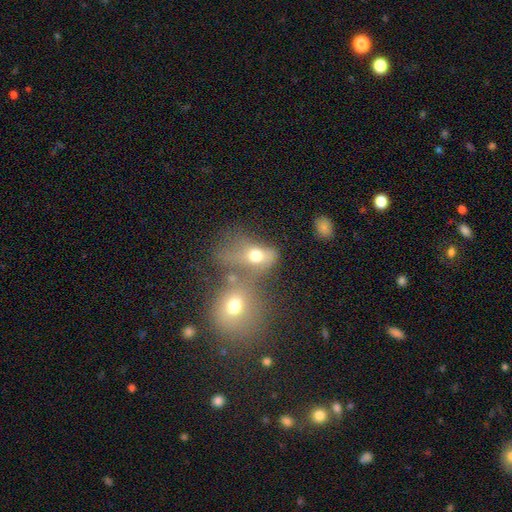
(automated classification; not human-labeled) smooth_or_featured: smooth (p=0.65) [alt: featured or disk p=0.19]
how_rounded: in between (p=0.60) [alt: round p=0.38]
merging: merger (p=0.60) [alt: none p=0.18]